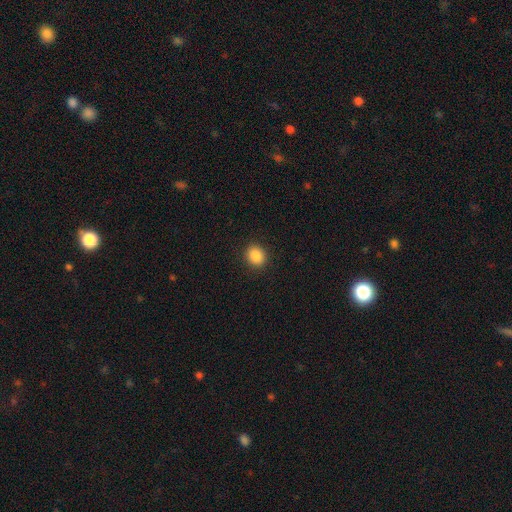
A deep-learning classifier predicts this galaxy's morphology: Q: Smooth or featured?
A: smooth (87%); runner-up: star or artifact (9%)
Q: How rounded?
A: round (70%); runner-up: in between (29%)
Q: Merging?
A: none (91%); runner-up: minor disturbance (6%)